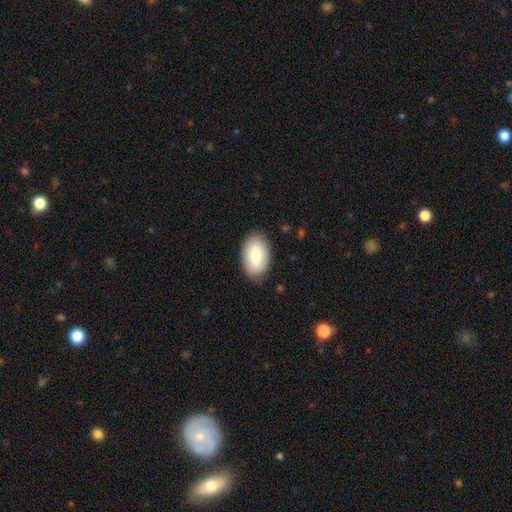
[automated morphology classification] The model was most divided on "smooth or featured": smooth: 73%, featured or disk: 20%, star or artifact: 6%. More confident: how rounded — in between (93%); merging — none (84%).